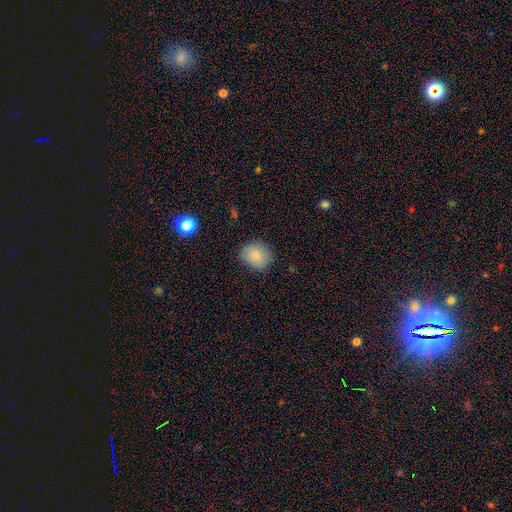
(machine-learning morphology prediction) Q: Smooth or featured?
A: smooth (84%); runner-up: star or artifact (8%)
Q: How rounded?
A: round (69%); runner-up: in between (30%)
Q: Merging?
A: none (80%); runner-up: minor disturbance (15%)